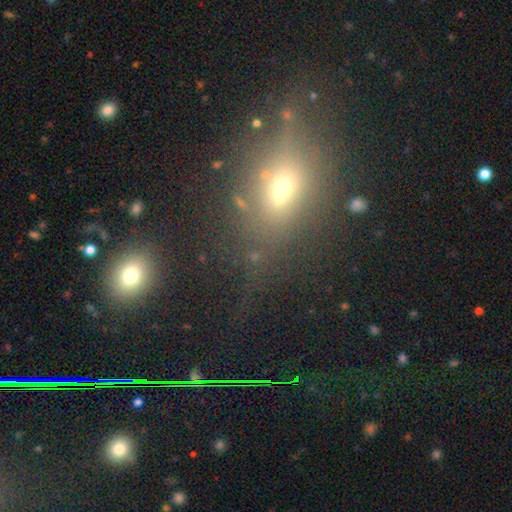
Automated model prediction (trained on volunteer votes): A smooth galaxy with no disk features (44%).

Vote fractions:
- Smooth or featured? smooth: 44% / star or artifact: 32% / featured or disk: 25%
- Merging? none: 60% / minor disturbance: 17% / major disturbance: 14% / merger: 9%